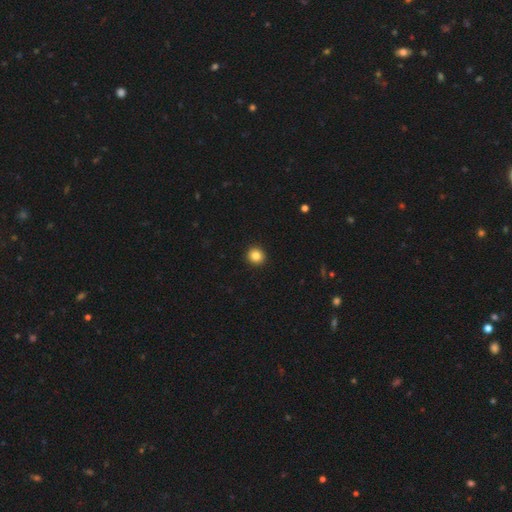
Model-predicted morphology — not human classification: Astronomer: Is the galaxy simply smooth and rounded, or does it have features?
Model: smooth — 84%.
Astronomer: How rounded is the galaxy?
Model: round — 92%.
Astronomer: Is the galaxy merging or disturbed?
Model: none — 93%.